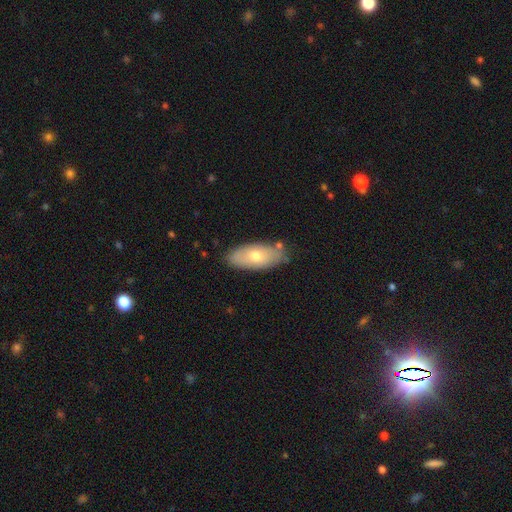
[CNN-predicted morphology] Overall: smooth (67%; featured or disk 27%). How rounded: in between (88%). Merging: none (79%).